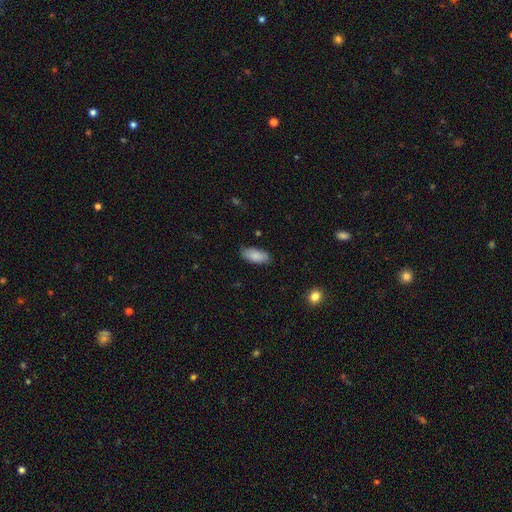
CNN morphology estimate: Smooth or featured?
  - smooth: 87% *
  - featured or disk: 7%
  - star or artifact: 6%
How rounded?
  - in between: 87% *
  - cigar-shaped: 11%
  - round: 2%
Merging?
  - none: 83% *
  - minor disturbance: 13%
  - major disturbance: 2%
  - merger: 1%